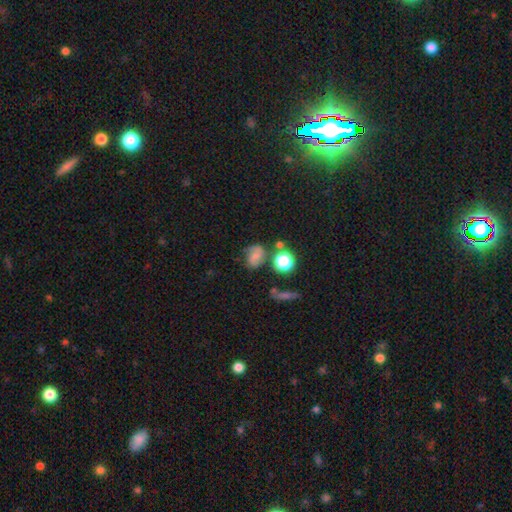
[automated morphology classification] A smooth galaxy with no disk features (50%) that is in between round and cigar-shaped (55%). Merging: none (52%).